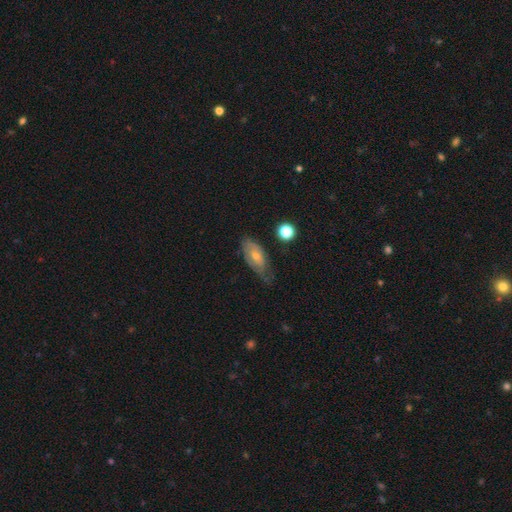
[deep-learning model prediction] Overall: featured or disk (50%; smooth 40%). Edge-on disk: no (84%). Merging: none (53%; minor disturbance 34%).